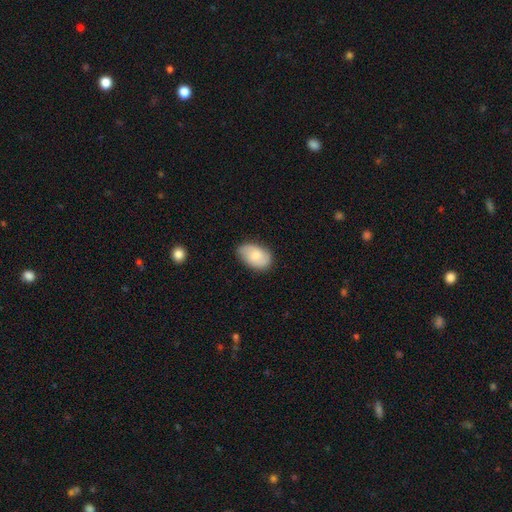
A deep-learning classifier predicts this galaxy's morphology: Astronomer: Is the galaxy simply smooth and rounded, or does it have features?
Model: smooth — 67%.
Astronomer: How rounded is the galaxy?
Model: in between — 90%.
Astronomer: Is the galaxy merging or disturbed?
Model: none — 77%.